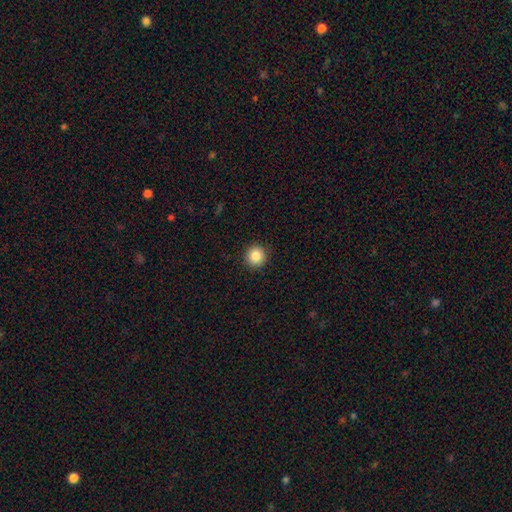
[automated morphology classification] Smooth or featured? Predicted: smooth (p=0.86). How rounded? Predicted: round (p=0.94). Merging? Predicted: none (p=0.92).